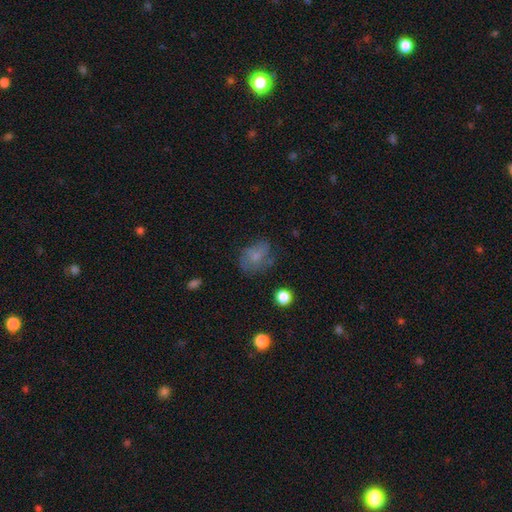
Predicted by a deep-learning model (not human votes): Smooth or featured: smooth — 56% (featured or disk — 31%)
How rounded: in between — 65% (round — 34%)
Merging: none — 53% (minor disturbance — 26%)